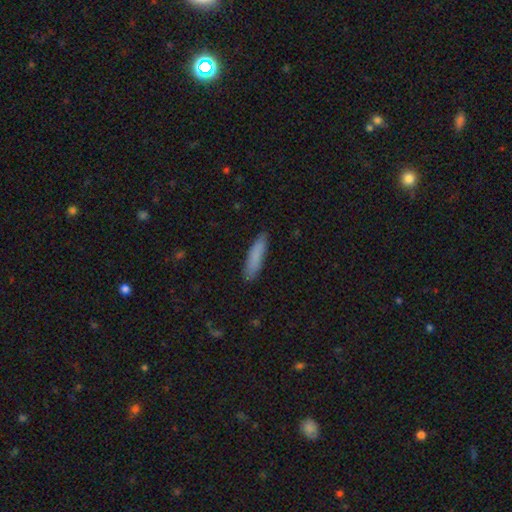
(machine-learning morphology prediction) smooth 84%, featured or disk 9%, star or artifact 6%. Down the decision tree: how rounded — cigar-shaped (82%); merging — none (86%).